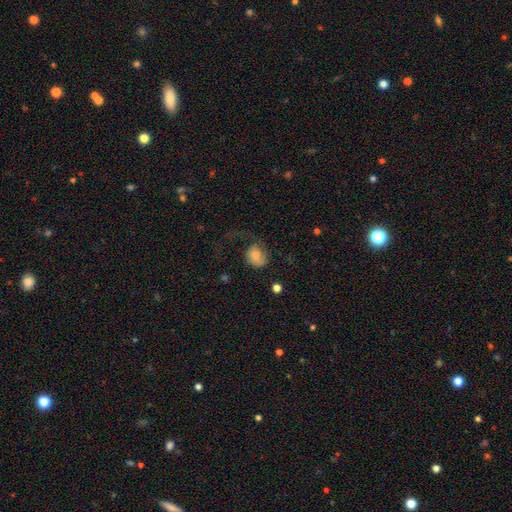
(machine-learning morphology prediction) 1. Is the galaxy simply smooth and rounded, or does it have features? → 63% smooth, 28% featured or disk, 9% star or artifact.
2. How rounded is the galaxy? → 58% round, 41% in between, 1% cigar-shaped.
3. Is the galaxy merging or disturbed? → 48% major disturbance, 28% none, 20% minor disturbance, 4% merger.